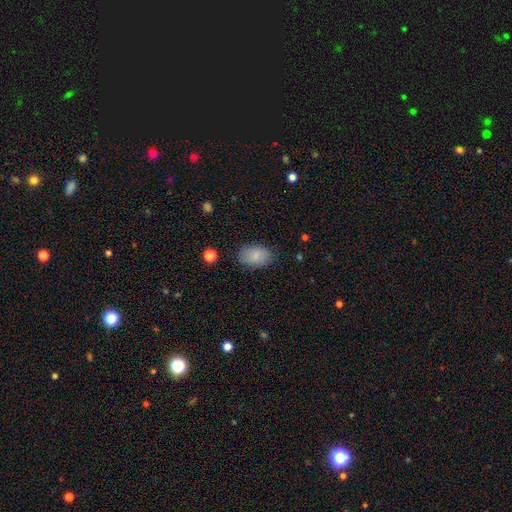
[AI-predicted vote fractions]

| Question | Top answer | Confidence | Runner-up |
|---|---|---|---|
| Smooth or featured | smooth | 82% | featured or disk (10%) |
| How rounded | in between | 87% | round (11%) |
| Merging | none | 83% | minor disturbance (13%) |